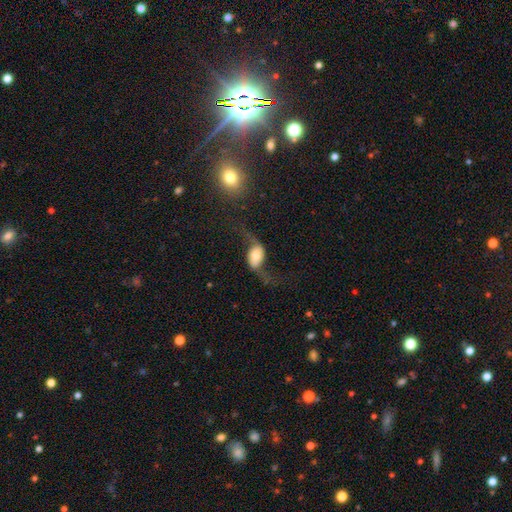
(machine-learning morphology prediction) This appears to be a featured or disk galaxy (63%) with no bar (56%), spiral arms (84%) and a moderate central bulge (44%). Merging: none (46%).